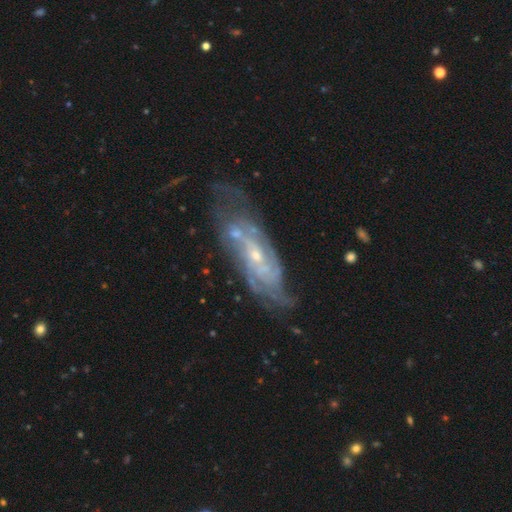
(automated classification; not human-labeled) A featured or disk galaxy (84%) with no bar (58%), tight (58%) spiral arms (92%) and a small central bulge (70%).

Vote fractions:
- Smooth or featured? featured or disk: 84% / smooth: 9% / star or artifact: 7%
- Edge-on disk? no: 87% / yes: 13%
- Bar? no: 58% / weak: 33% / strong: 9%
- Spiral arms? yes: 92% / no: 8%
- Spiral winding? tight: 58% / medium: 33% / loose: 9%
- Spiral arm count? can't tell: 44% / 2: 23% / 3: 14% / 4: 10% / more than 4: 5% / 1: 5%
- Bulge size? small: 70% / moderate: 26% / none: 2% / large: 1% / dominant: 1%
- Merging? none: 61% / minor disturbance: 21% / major disturbance: 10% / merger: 7%